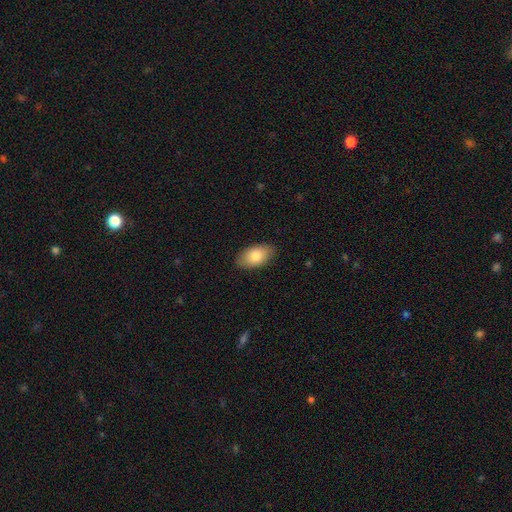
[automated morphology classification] A smooth galaxy with no disk features (80%) that is in between round and cigar-shaped (94%).

Vote fractions:
- Smooth or featured? smooth: 80% / featured or disk: 13% / star or artifact: 6%
- How rounded? in between: 94% / round: 4% / cigar-shaped: 2%
- Merging? none: 87% / minor disturbance: 10% / major disturbance: 2% / merger: 1%